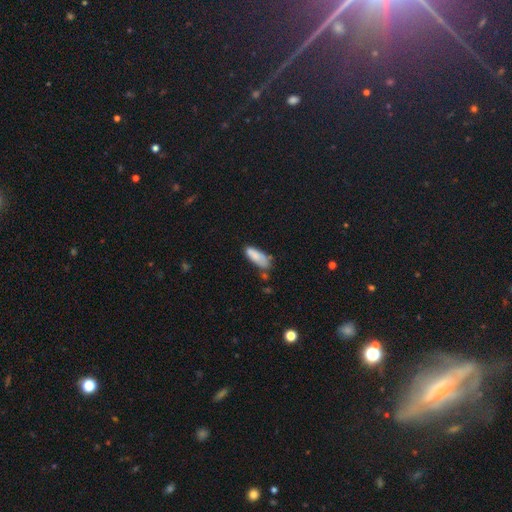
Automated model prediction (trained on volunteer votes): This is clearly a smooth galaxy (80%). How rounded: likely in between (66%). Merging: possibly none (47%).